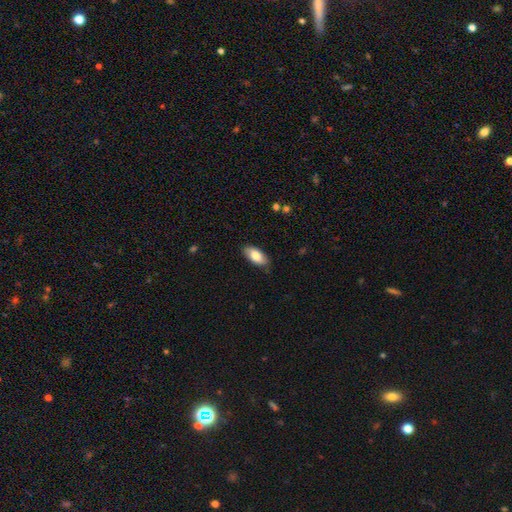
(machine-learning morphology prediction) smooth-or-featured: smooth: 78% | featured or disk: 16% | star or artifact: 6%
  how-rounded: in between: 91% | cigar-shaped: 6% | round: 2%
  merging: none: 85% | minor disturbance: 12% | major disturbance: 2% | merger: 1%